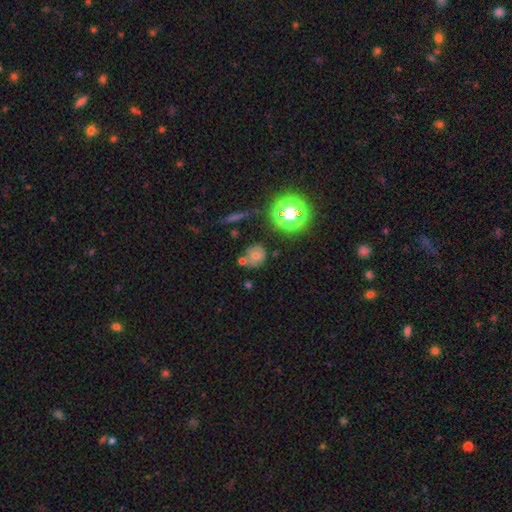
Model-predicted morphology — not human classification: smooth 52%, star or artifact 25%, featured or disk 23%. Down the decision tree: how rounded — round (80%); merging — none (62%).